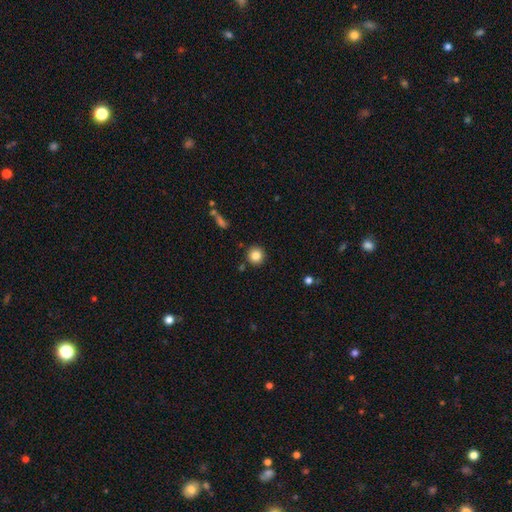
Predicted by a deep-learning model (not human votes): Smooth or featured? Predicted: smooth (p=0.83). How rounded? Predicted: round (p=0.93). Merging? Predicted: none (p=0.89).